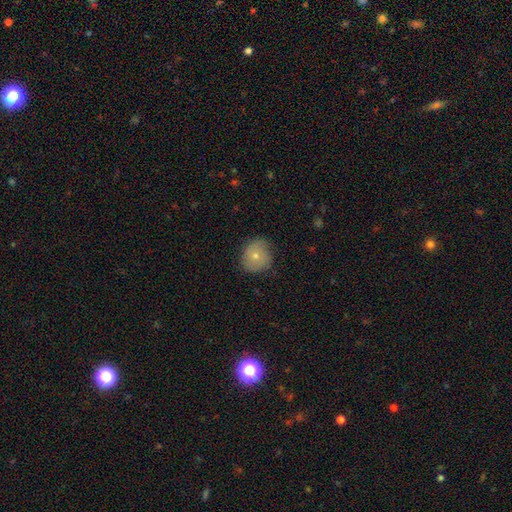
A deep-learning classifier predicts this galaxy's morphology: type=smooth (67%); roundness=round (82%); merging=none (75%).